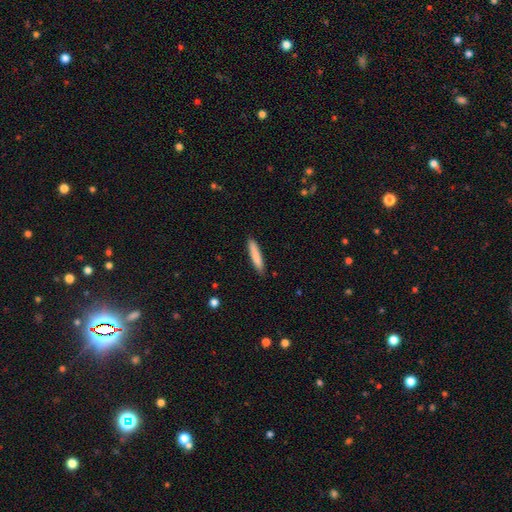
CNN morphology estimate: type=smooth (82%); roundness=cigar-shaped (90%); merging=none (88%).